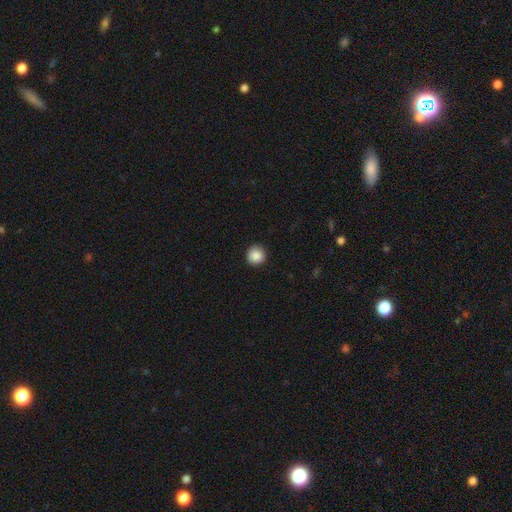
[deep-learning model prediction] A smooth galaxy with no disk features (88%) that is round (93%).

Vote fractions:
- Smooth or featured? smooth: 88% / star or artifact: 9% / featured or disk: 3%
- How rounded? round: 93% / in between: 6% / cigar-shaped: 1%
- Merging? none: 89% / minor disturbance: 8% / major disturbance: 2% / merger: 1%